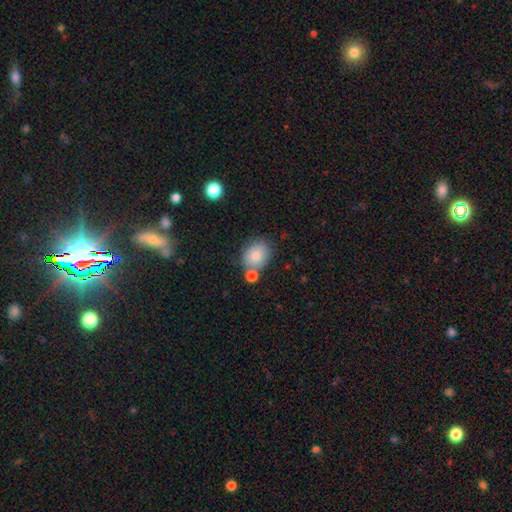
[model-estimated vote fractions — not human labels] The model was most divided on "how rounded": in between: 53%, round: 46%, cigar-shaped: 1%. More confident: smooth or featured — smooth (82%); merging — none (65%).